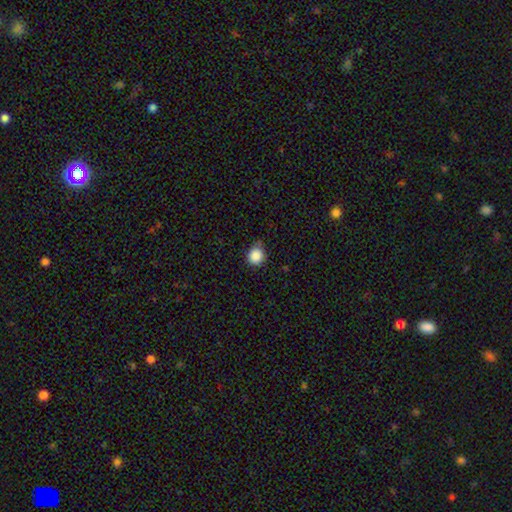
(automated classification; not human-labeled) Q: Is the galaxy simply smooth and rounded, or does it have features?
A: smooth — 87%.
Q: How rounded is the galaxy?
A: round — 86%.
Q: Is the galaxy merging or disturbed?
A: none — 70%.